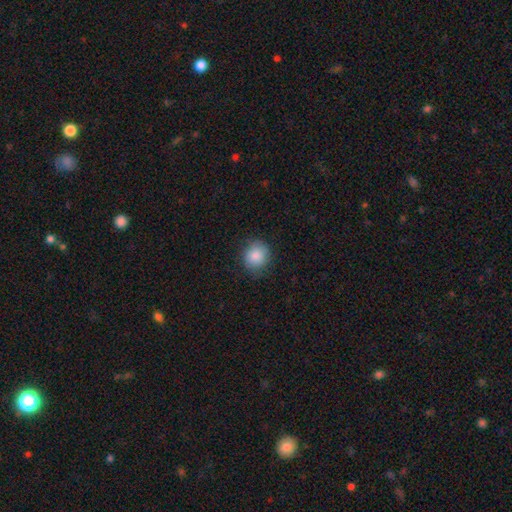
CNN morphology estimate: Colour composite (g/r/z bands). It shows a smooth galaxy with no disk features (86%) that is round (84%). Merging: none (82%).